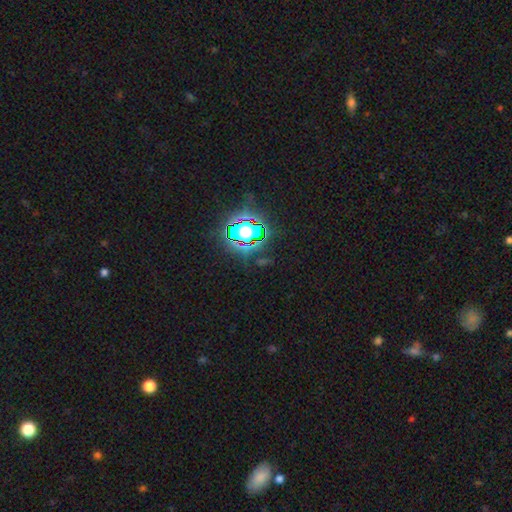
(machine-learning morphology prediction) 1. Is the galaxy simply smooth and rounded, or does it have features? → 81% star or artifact, 12% smooth, 7% featured or disk.